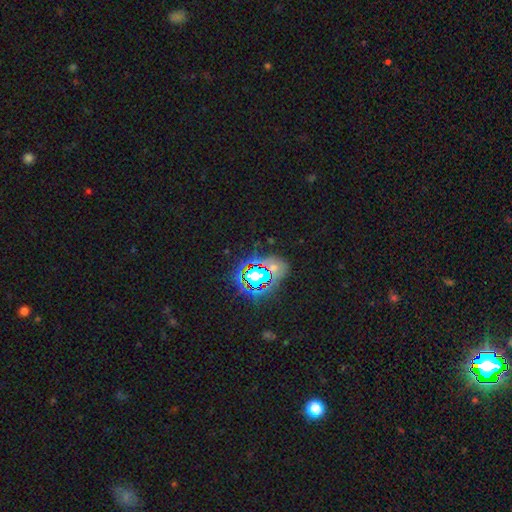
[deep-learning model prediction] smooth_or_featured: star or artifact (p=0.77) [alt: smooth p=0.14]